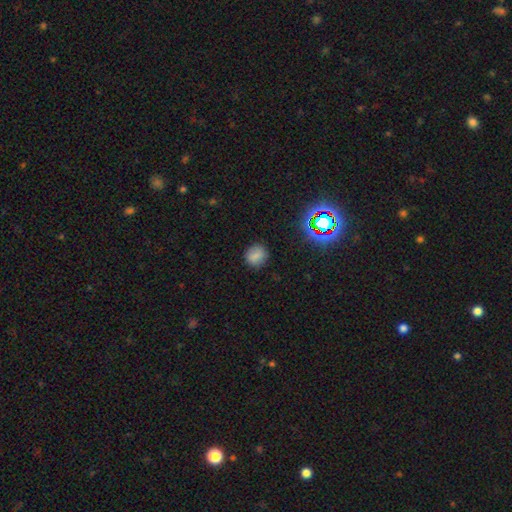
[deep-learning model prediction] smooth 76%, star or artifact 16%, featured or disk 8%. Down the decision tree: how rounded — round (78%); merging — none (86%).